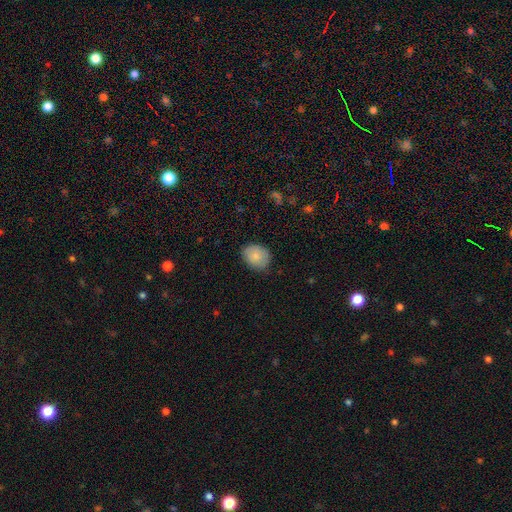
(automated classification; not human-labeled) Q: Smooth or featured?
A: smooth (84%); runner-up: featured or disk (9%)
Q: How rounded?
A: in between (52%); runner-up: round (47%)
Q: Merging?
A: none (79%); runner-up: minor disturbance (16%)